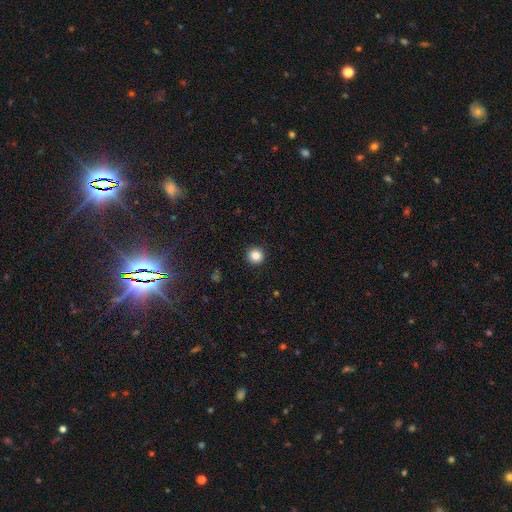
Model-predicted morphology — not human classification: smooth-or-featured: smooth: 86% | star or artifact: 10% | featured or disk: 4%
  how-rounded: round: 95% | in between: 4% | cigar-shaped: 1%
  merging: none: 93% | minor disturbance: 5% | major disturbance: 2% | merger: 1%